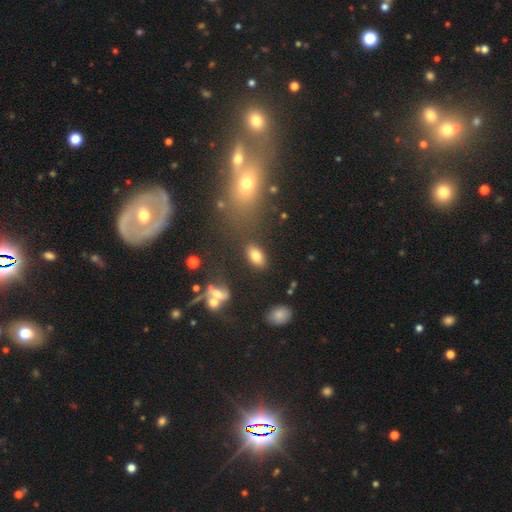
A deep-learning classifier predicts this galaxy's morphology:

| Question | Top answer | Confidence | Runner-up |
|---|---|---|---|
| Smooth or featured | smooth | 79% | featured or disk (10%) |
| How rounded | in between | 90% | round (8%) |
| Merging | none | 79% | minor disturbance (11%) |